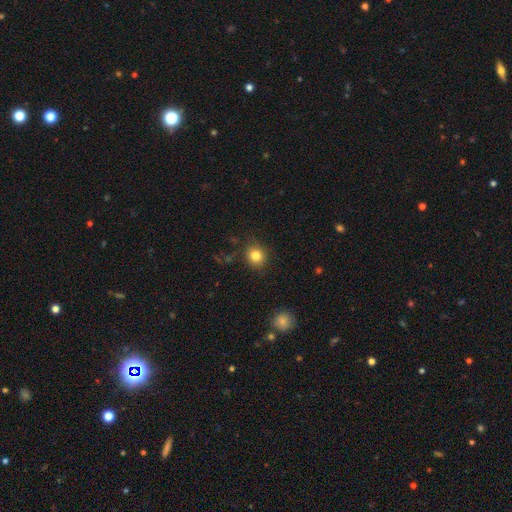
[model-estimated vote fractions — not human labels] smooth 82%, star or artifact 12%, featured or disk 6%. Down the decision tree: how rounded — round (79%); merging — none (85%).